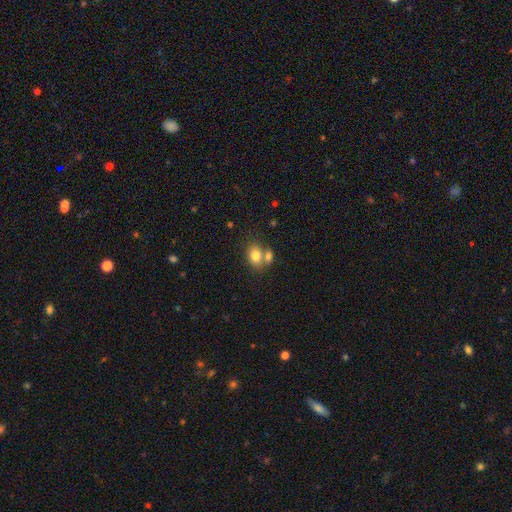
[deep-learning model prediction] A smooth galaxy with no disk features (80%) that is in between round and cigar-shaped (64%). Merging: none (44%).